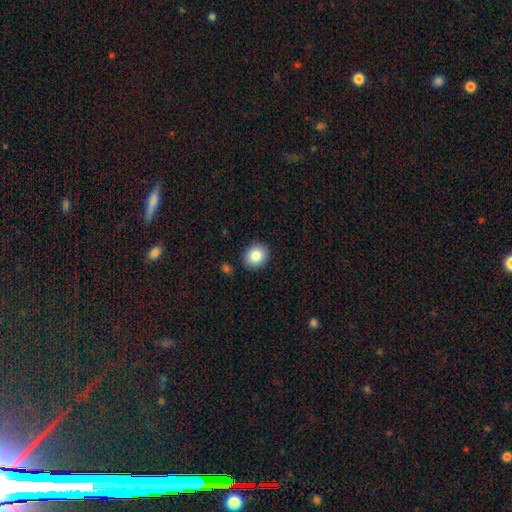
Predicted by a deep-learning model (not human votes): smooth_or_featured: smooth (p=0.84) [alt: star or artifact p=0.09]
how_rounded: round (p=0.72) [alt: in between p=0.27]
merging: none (p=0.88) [alt: minor disturbance p=0.08]